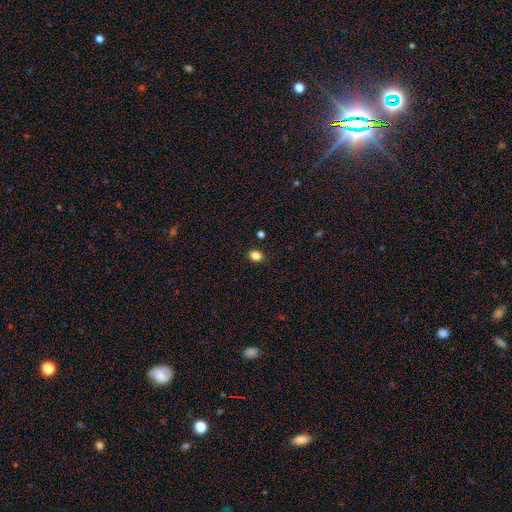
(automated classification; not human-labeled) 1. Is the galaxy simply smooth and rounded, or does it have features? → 84% smooth, 12% star or artifact, 4% featured or disk.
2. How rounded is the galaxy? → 55% in between, 44% round, 1% cigar-shaped.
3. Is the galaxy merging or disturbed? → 88% none, 8% minor disturbance, 2% major disturbance, 2% merger.